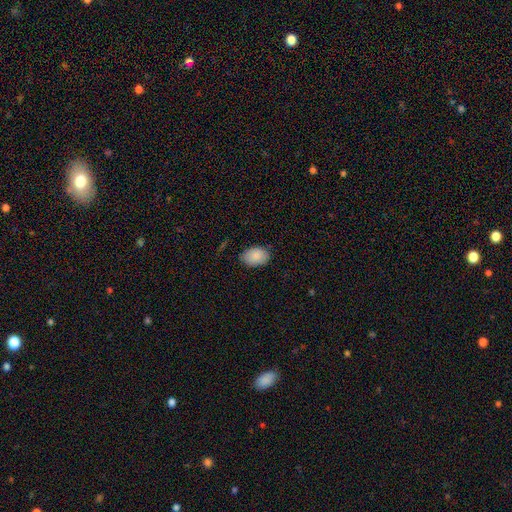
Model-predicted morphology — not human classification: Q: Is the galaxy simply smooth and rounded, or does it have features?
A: smooth — 88%.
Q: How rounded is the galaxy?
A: in between — 82%.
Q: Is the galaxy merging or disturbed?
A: none — 81%.